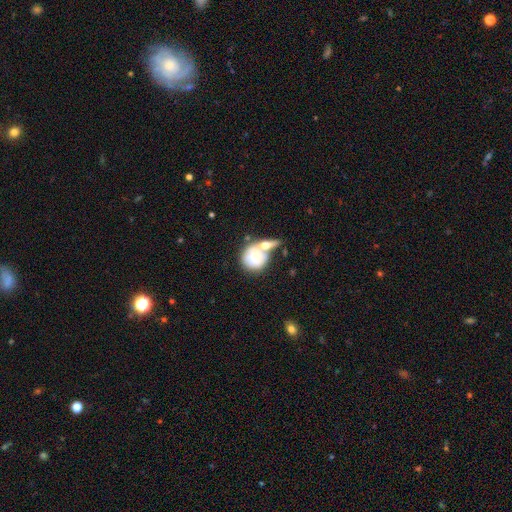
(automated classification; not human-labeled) Smooth or featured? smooth (59%)
How rounded? round (78%)
Merging? merger (53%)